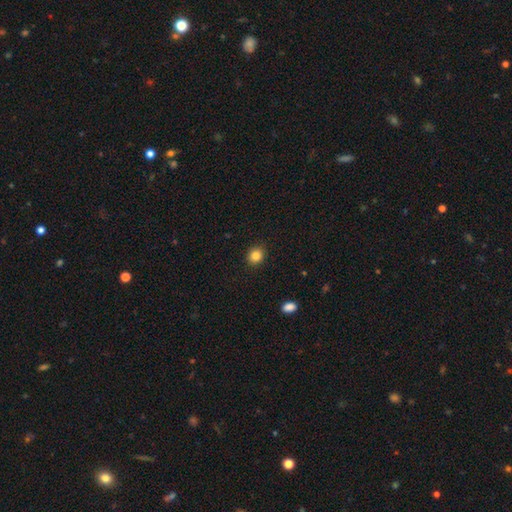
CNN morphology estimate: The model was most divided on "how rounded": round: 77%, in between: 22%, cigar-shaped: 1%. More confident: merging — none (91%); smooth or featured — smooth (84%).